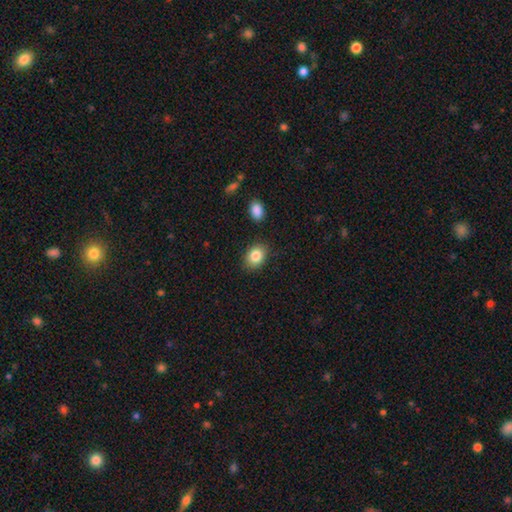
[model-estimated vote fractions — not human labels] Overall: smooth (84%). How rounded: in between (66%; round 33%). Merging: none (84%).